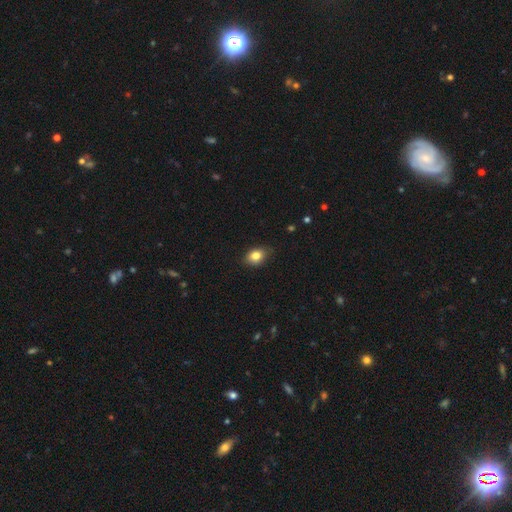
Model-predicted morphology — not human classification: Smooth or featured: smooth — 82% (star or artifact — 10%)
How rounded: in between — 65% (round — 34%)
Merging: none — 82% (minor disturbance — 14%)